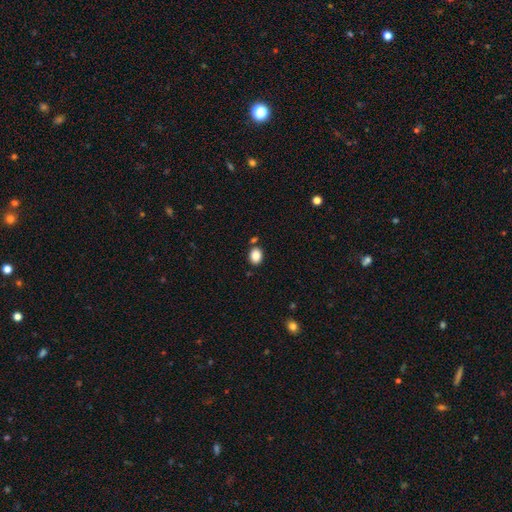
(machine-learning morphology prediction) Overall: smooth (86%). How rounded: in between (54%; round 45%). Merging: none (81%).